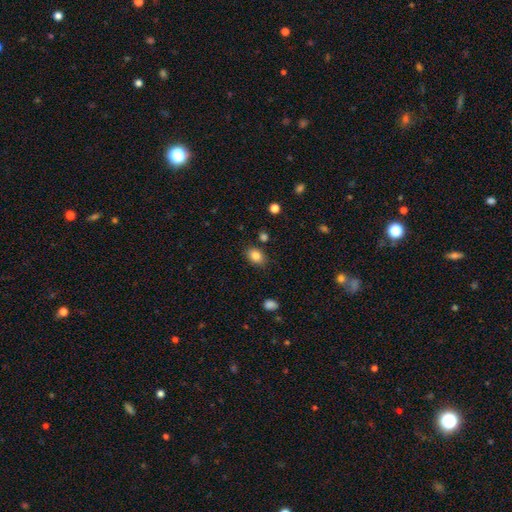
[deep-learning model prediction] smooth_or_featured: smooth (p=0.84) [alt: star or artifact p=0.10]
how_rounded: in between (p=0.74) [alt: round p=0.25]
merging: none (p=0.81) [alt: minor disturbance p=0.13]